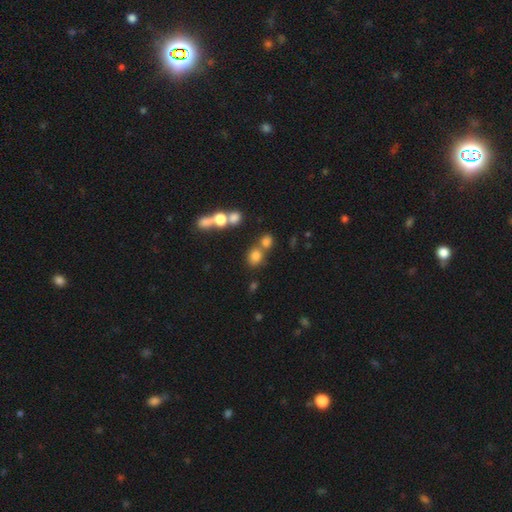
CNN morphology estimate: Q: Smooth or featured?
A: smooth (75%); runner-up: star or artifact (16%)
Q: How rounded?
A: round (68%); runner-up: in between (30%)
Q: Merging?
A: none (52%); runner-up: merger (34%)